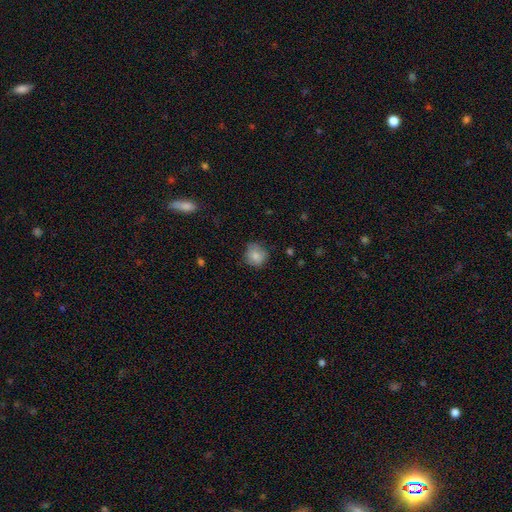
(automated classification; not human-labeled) Smooth or featured? Predicted: smooth (p=0.81). How rounded? Predicted: round (p=0.85). Merging? Predicted: none (p=0.73).